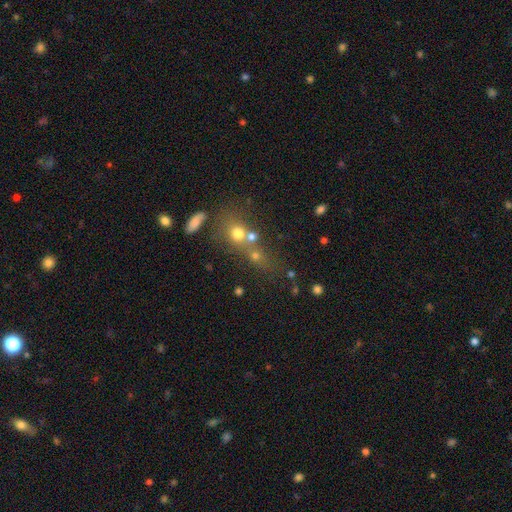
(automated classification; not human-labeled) Smooth or featured: smooth — 59% (star or artifact — 21%)
How rounded: round — 66% (in between — 28%)
Merging: merger — 48% (none — 37%)